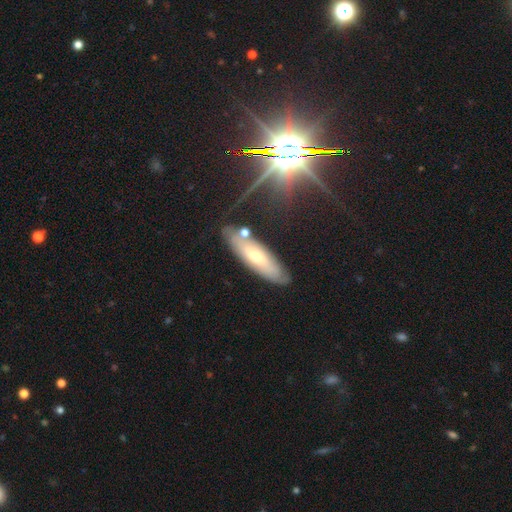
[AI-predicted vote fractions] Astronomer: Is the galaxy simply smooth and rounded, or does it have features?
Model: smooth — 48% (runner-up: featured or disk, 42%).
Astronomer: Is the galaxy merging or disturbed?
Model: none — 80%.